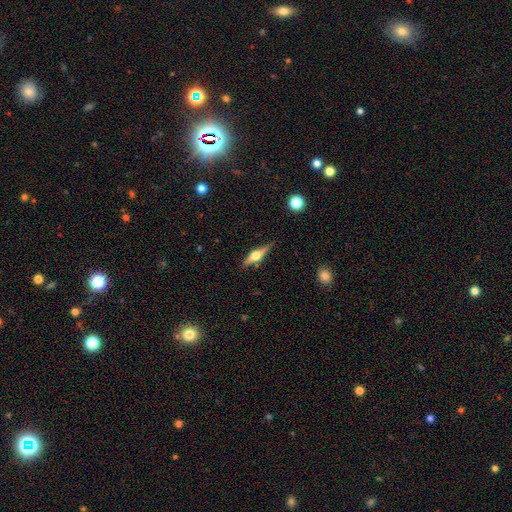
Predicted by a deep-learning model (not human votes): smooth-or-featured: featured or disk: 68% | smooth: 26% | star or artifact: 6%
  disk-edge-on: yes: 97% | no: 3%
    edge-on-bulge: rounded: 94% | boxy: 4% | none: 2%
  merging: none: 85% | minor disturbance: 11% | major disturbance: 2% | merger: 2%